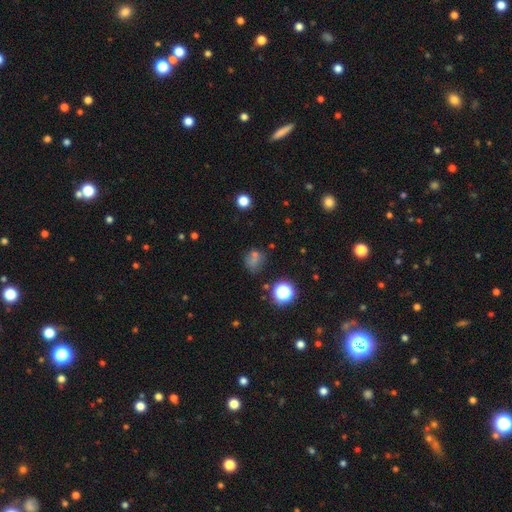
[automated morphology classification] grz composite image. It shows a smooth galaxy with no disk features (51%) that is round (67%). Merging: none (64%).